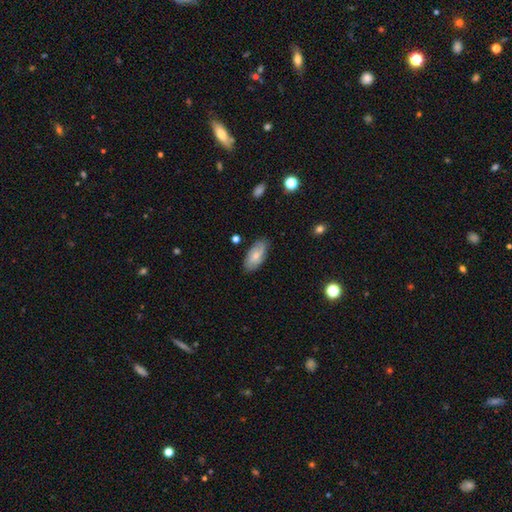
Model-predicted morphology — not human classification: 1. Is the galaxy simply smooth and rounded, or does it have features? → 55% smooth, 38% featured or disk, 7% star or artifact.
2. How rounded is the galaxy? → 91% in between, 6% cigar-shaped, 3% round.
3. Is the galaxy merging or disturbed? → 81% none, 15% minor disturbance, 3% major disturbance, 1% merger.